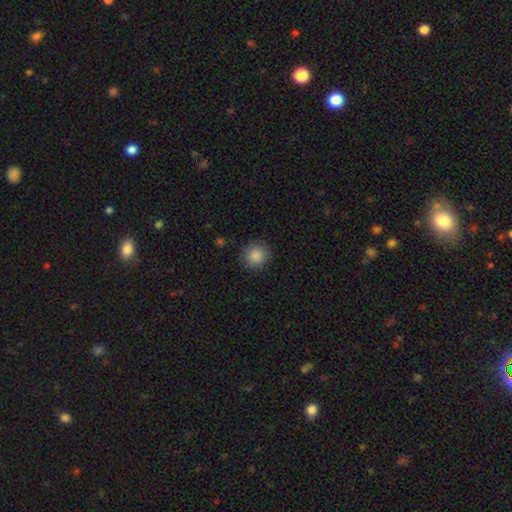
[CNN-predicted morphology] Overall: smooth (87%). How rounded: round (91%). Merging: none (89%).